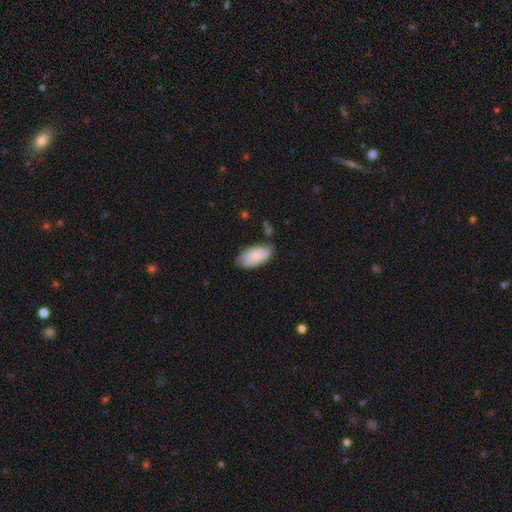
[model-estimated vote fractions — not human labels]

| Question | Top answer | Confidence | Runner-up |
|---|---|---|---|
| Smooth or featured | smooth | 78% | featured or disk (16%) |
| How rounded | in between | 94% | cigar-shaped (4%) |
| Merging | none | 62% | minor disturbance (29%) |